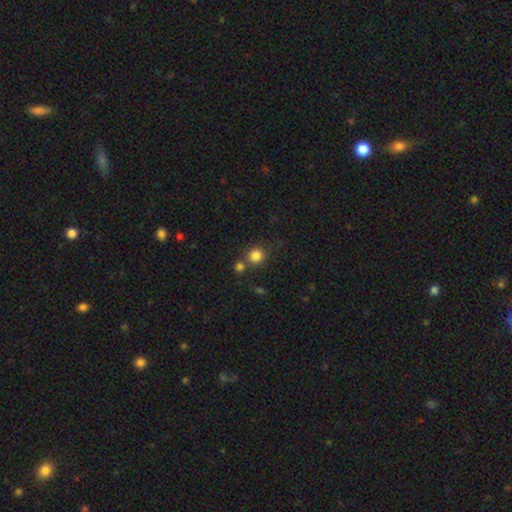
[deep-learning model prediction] smooth 83%, star or artifact 11%, featured or disk 5%. Down the decision tree: how rounded — round (86%); merging — none (66%).